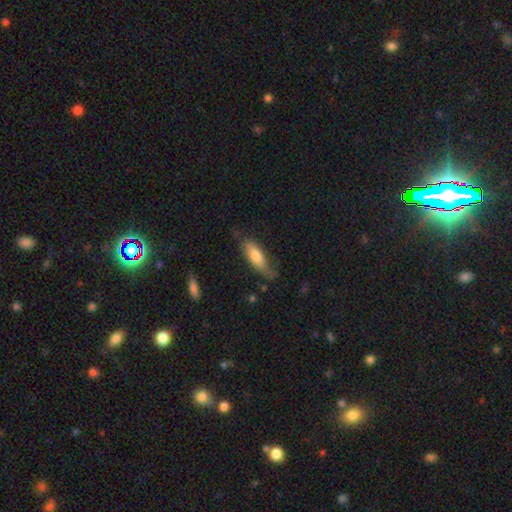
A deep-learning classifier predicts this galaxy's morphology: smooth-or-featured: smooth: 70% | featured or disk: 24% | star or artifact: 6%
  how-rounded: in between: 58% | cigar-shaped: 40% | round: 2%
  merging: none: 56% | minor disturbance: 31% | major disturbance: 10% | merger: 3%